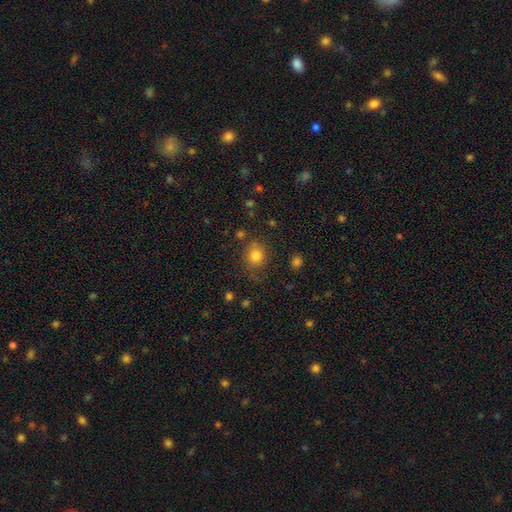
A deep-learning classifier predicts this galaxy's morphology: Smooth or featured? smooth (80%)
How rounded? round (70%)
Merging? none (73%)